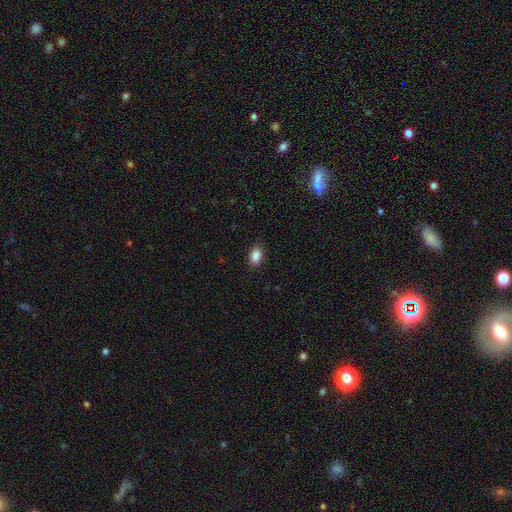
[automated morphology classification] This is clearly a smooth galaxy (88%). How rounded: clearly in between (85%). Merging: clearly none (86%).